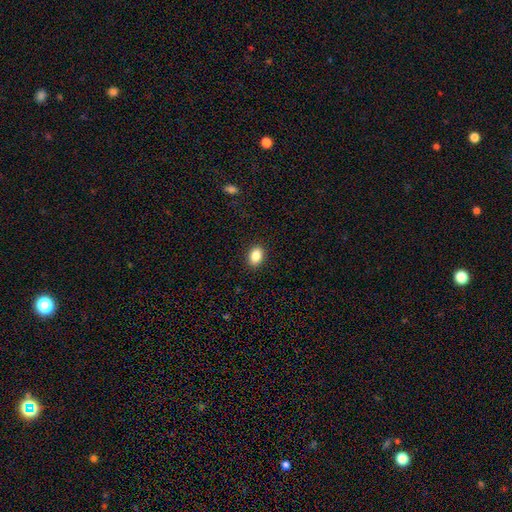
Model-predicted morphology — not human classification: Smooth or featured: smooth — 87% (star or artifact — 9%)
How rounded: in between — 80% (round — 19%)
Merging: none — 90% (minor disturbance — 7%)